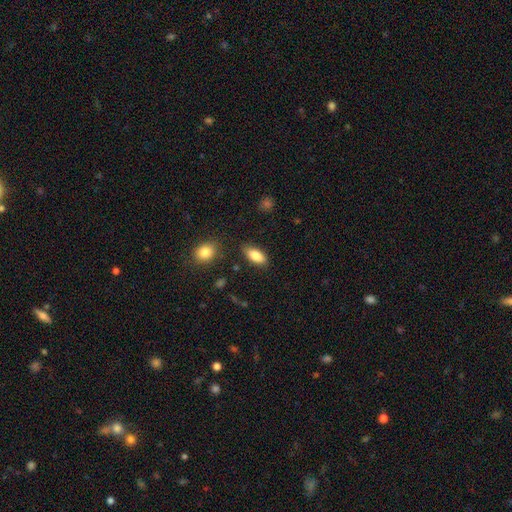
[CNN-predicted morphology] Smooth or featured?
  - smooth: 85% *
  - featured or disk: 8%
  - star or artifact: 7%
How rounded?
  - in between: 86% *
  - cigar-shaped: 11%
  - round: 2%
Merging?
  - none: 83% *
  - minor disturbance: 12%
  - major disturbance: 3%
  - merger: 2%